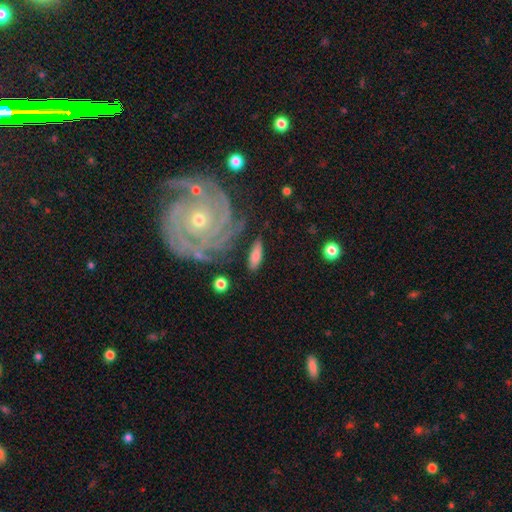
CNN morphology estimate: smooth-or-featured: smooth: 64% | featured or disk: 30% | star or artifact: 6%
  how-rounded: in between: 62% | cigar-shaped: 35% | round: 3%
  merging: none: 77% | minor disturbance: 13% | major disturbance: 5% | merger: 4%